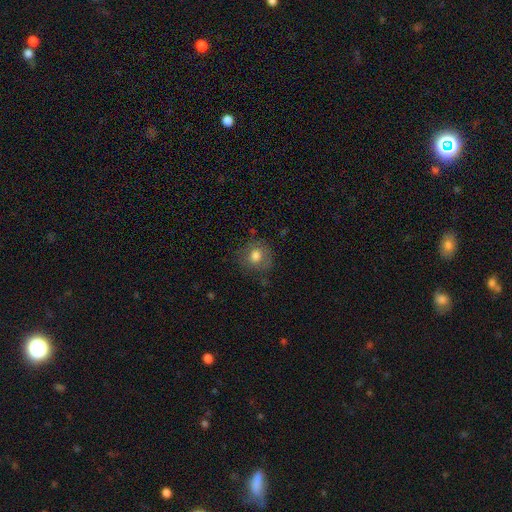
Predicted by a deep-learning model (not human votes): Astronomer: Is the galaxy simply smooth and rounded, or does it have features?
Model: smooth — 76%.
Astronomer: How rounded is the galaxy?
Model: round — 83%.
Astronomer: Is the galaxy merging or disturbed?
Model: none — 73%.